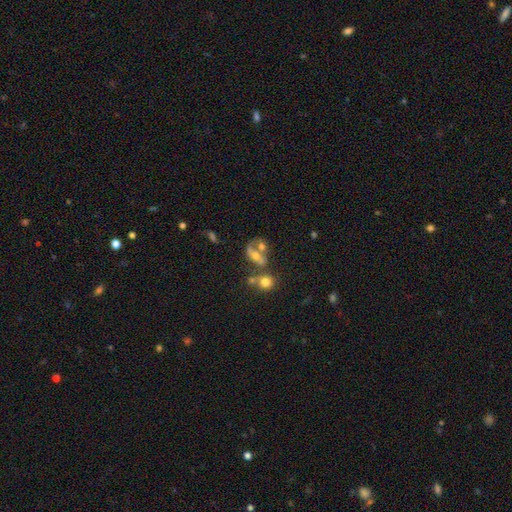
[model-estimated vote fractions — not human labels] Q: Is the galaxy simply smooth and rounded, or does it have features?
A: featured or disk — 44%.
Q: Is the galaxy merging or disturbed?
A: merger — 41%.